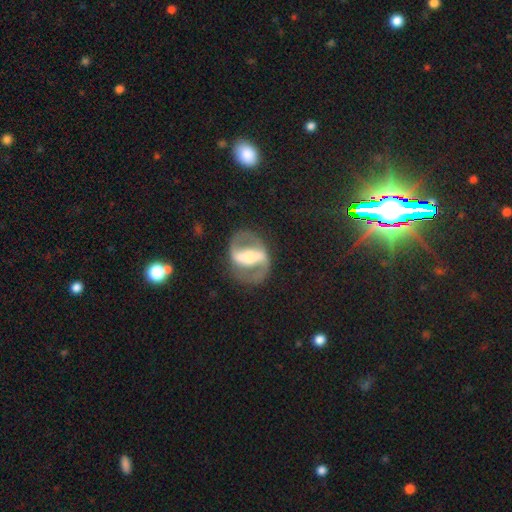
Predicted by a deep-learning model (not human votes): A featured or disk galaxy (85%) with a strong bar (74%), 2 (90%) medium (49%) spiral arms (79%) and a moderate central bulge (51%). Merging: none (79%).